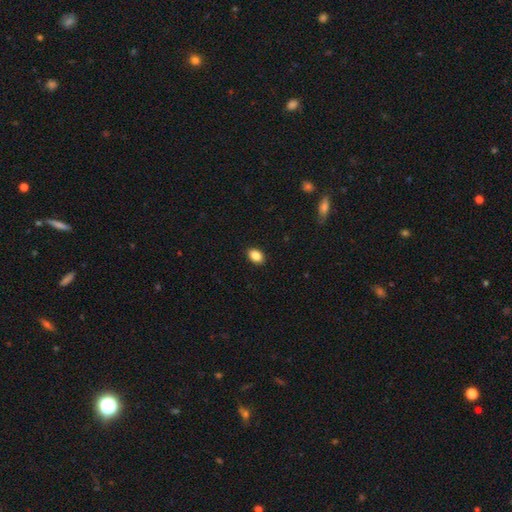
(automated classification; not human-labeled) Q: Smooth or featured?
A: smooth (87%); runner-up: star or artifact (8%)
Q: How rounded?
A: in between (83%); runner-up: round (15%)
Q: Merging?
A: none (90%); runner-up: minor disturbance (7%)